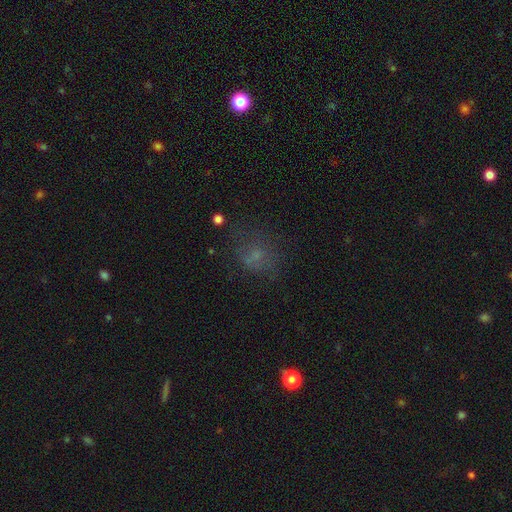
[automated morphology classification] Overall: smooth (53%; star or artifact 27%). How rounded: round (64%; in between 35%). Merging: none (60%).